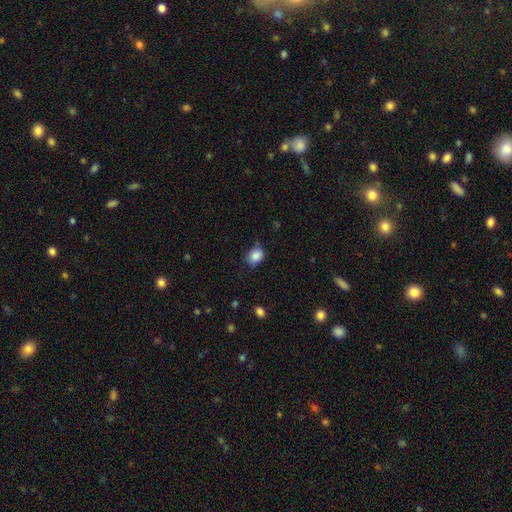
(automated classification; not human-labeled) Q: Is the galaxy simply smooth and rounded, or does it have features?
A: smooth — 87%.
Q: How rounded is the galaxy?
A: in between — 55%.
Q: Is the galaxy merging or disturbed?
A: none — 73%.